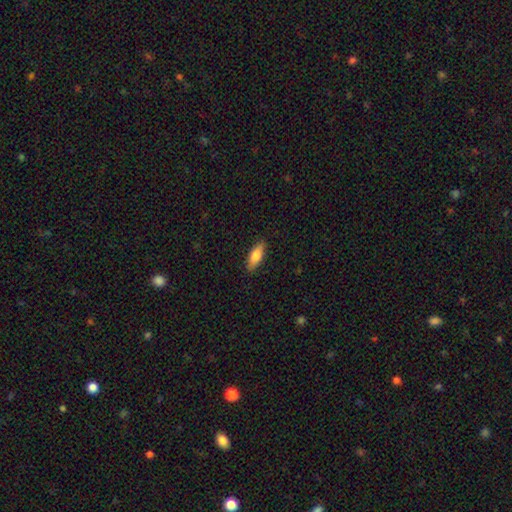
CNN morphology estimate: smooth-or-featured: smooth: 76% | featured or disk: 18% | star or artifact: 6%
  how-rounded: in between: 65% | cigar-shaped: 32% | round: 2%
  merging: none: 88% | minor disturbance: 9% | major disturbance: 2% | merger: 1%